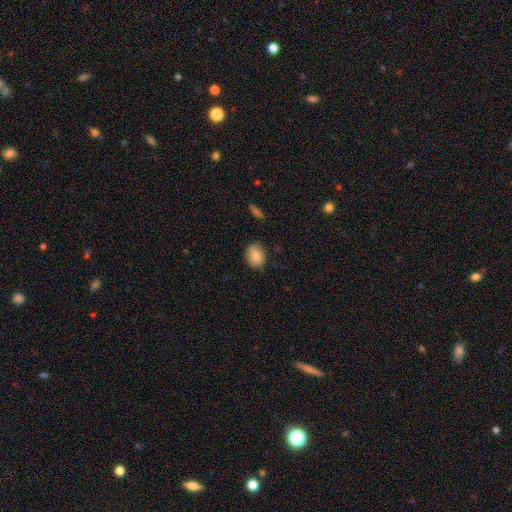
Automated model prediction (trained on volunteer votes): smooth 86%, star or artifact 8%, featured or disk 7%. Down the decision tree: how rounded — in between (53%); merging — none (83%).